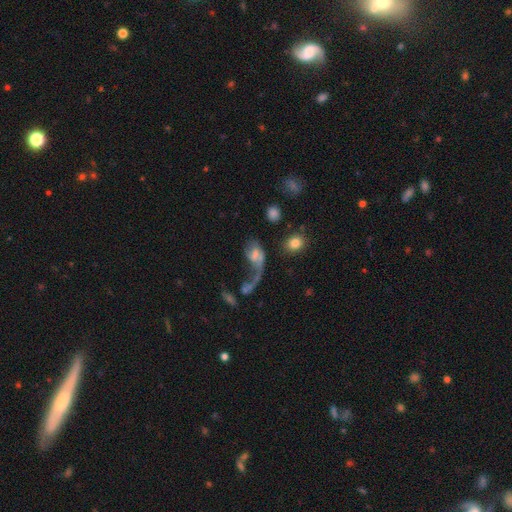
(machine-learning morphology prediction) Smooth or featured: featured or disk — 55% (smooth — 34%)
Edge-on disk: no — 96% (yes — 4%)
Bar: no — 63% (weak — 29%)
Spiral arms: yes — 64% (no — 36%)
Bulge size: none — 34% (small — 30%)
Merging: major disturbance — 51% (merger — 20%)